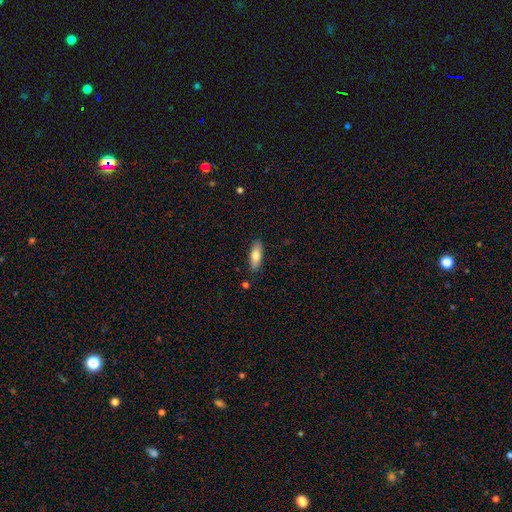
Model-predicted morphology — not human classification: Smooth or featured: smooth — 75% (featured or disk — 19%)
How rounded: in between — 70% (cigar-shaped — 28%)
Merging: none — 86% (minor disturbance — 10%)